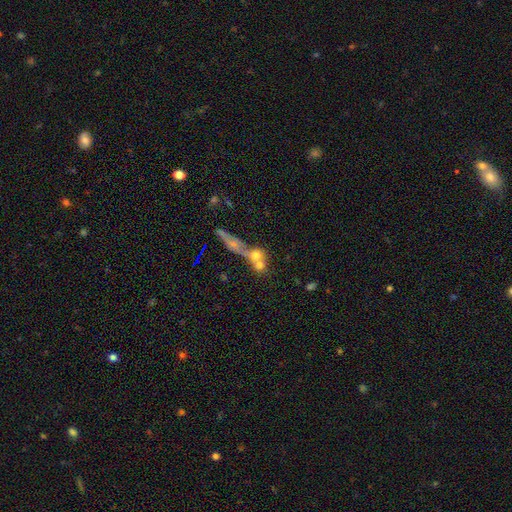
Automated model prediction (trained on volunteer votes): Q: Smooth or featured?
A: smooth (63%); runner-up: featured or disk (23%)
Q: How rounded?
A: round (71%); runner-up: in between (21%)
Q: Merging?
A: merger (54%); runner-up: none (33%)